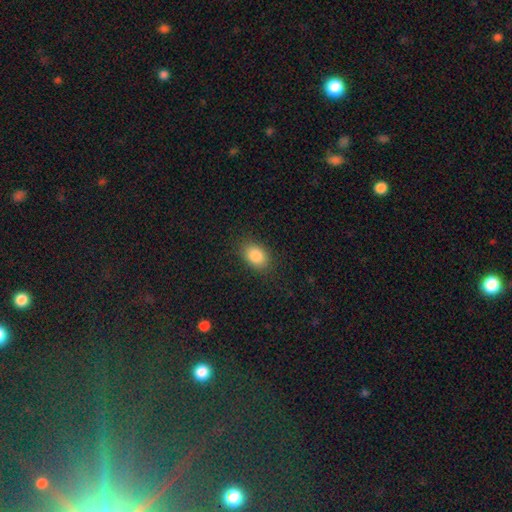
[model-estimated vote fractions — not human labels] Smooth or featured: smooth — 86% (star or artifact — 9%)
How rounded: in between — 78% (round — 21%)
Merging: none — 85% (minor disturbance — 11%)